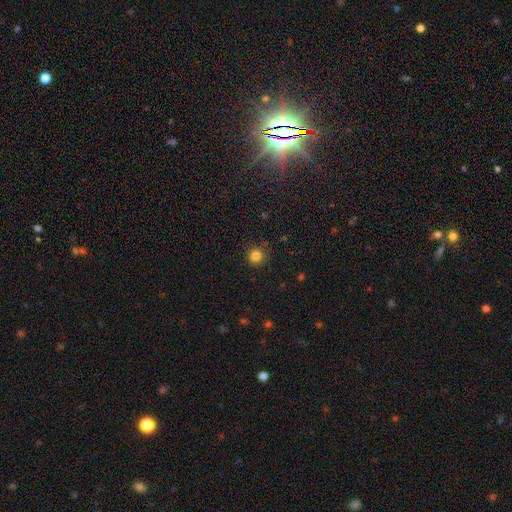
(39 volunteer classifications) Morphology: type=smooth (90%); roundness=round (94%); merging=none (86%).